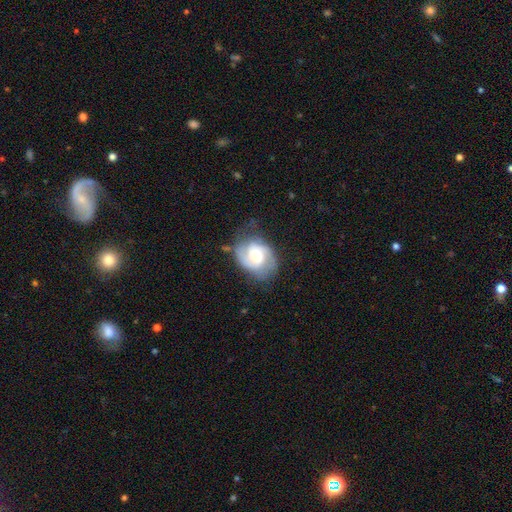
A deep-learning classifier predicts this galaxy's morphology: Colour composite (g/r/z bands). It shows a featured or disk galaxy (74%) with no bar (55%), 2 (78%) medium (48%) spiral arms (93%) and a moderate central bulge (50%). Merging: none (61%).